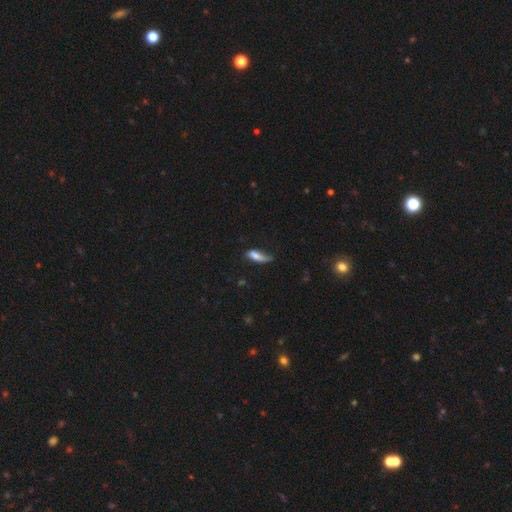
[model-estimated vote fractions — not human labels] The model was most divided on "merging": minor disturbance: 37%, none: 36%, major disturbance: 21%, merger: 6%. More confident: smooth or featured — smooth (68%); how rounded — in between (53%).